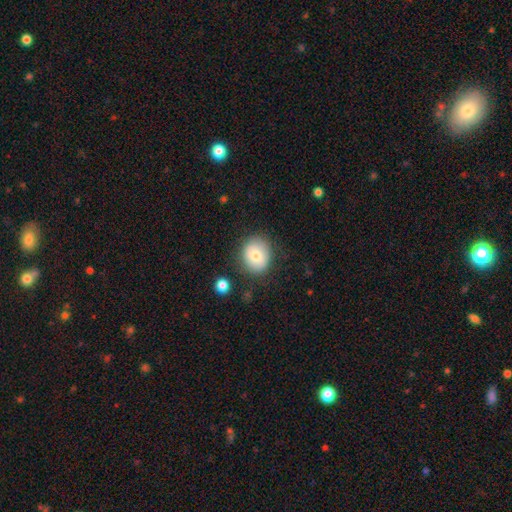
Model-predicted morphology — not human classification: A smooth galaxy with no disk features (75%) that is round (68%). Merging: none (81%).